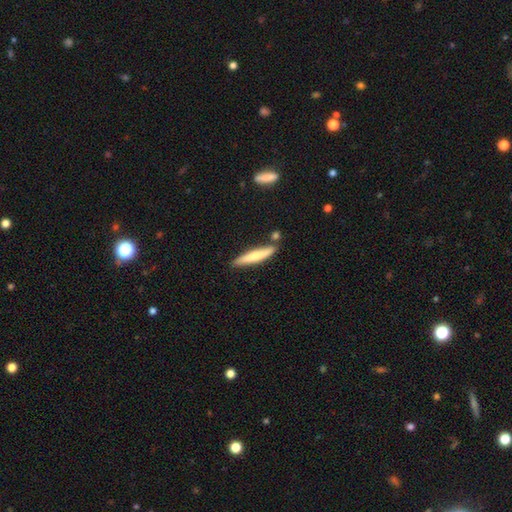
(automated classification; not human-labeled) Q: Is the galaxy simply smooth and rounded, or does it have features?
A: smooth — 68%.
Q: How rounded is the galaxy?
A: cigar-shaped — 90%.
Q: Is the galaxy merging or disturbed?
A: none — 78%.